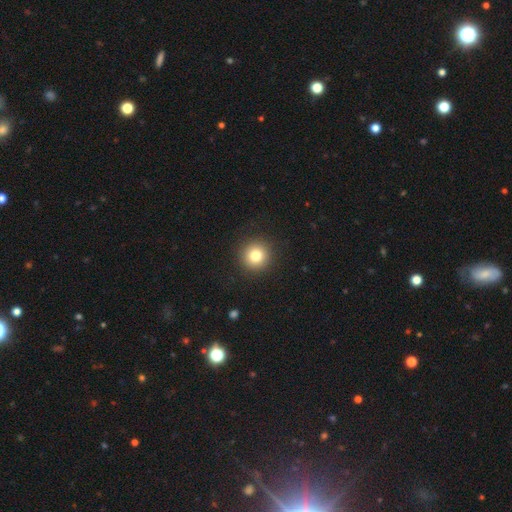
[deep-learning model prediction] This is clearly a smooth galaxy (80%). How rounded: clearly round (95%). Merging: clearly none (92%).